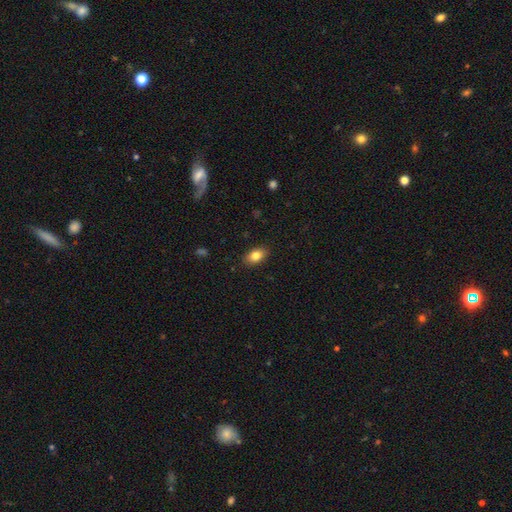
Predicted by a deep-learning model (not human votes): Morphology: type=smooth (81%); roundness=in between (87%); merging=none (88%).